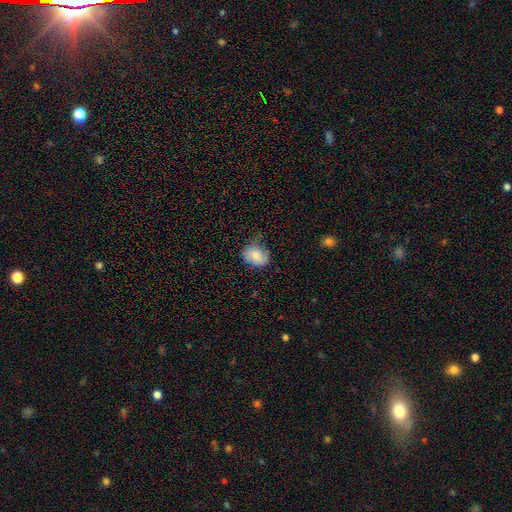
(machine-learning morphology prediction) Smooth or featured? Predicted: smooth (p=0.83). How rounded? Predicted: in between (p=0.61). Merging? Predicted: none (p=0.64).